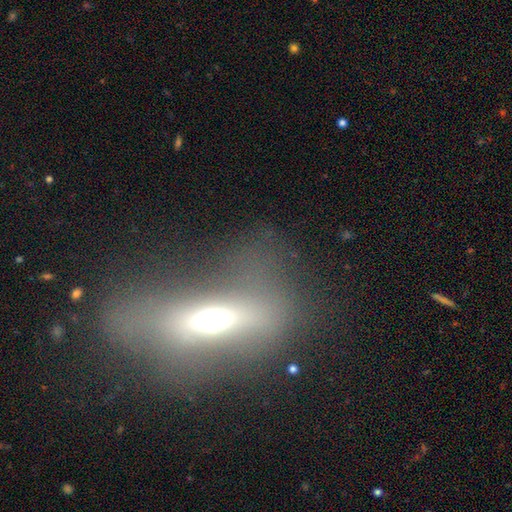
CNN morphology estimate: featured or disk 46%, smooth 38%, star or artifact 17%. Down the decision tree: merging — none (47%).